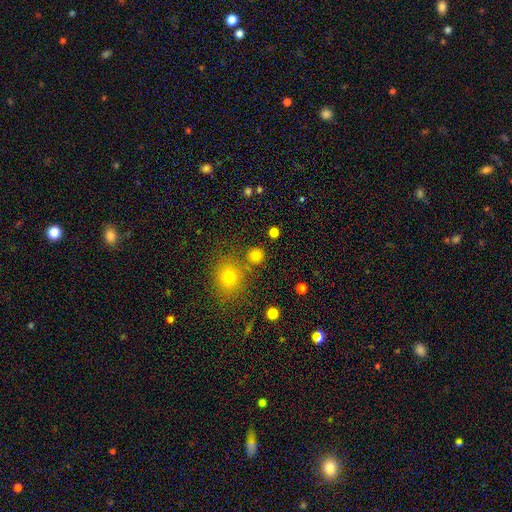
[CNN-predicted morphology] The model was most divided on "smooth or featured": smooth: 80%, star or artifact: 15%, featured or disk: 5%. More confident: how rounded — round (89%); merging — none (80%).